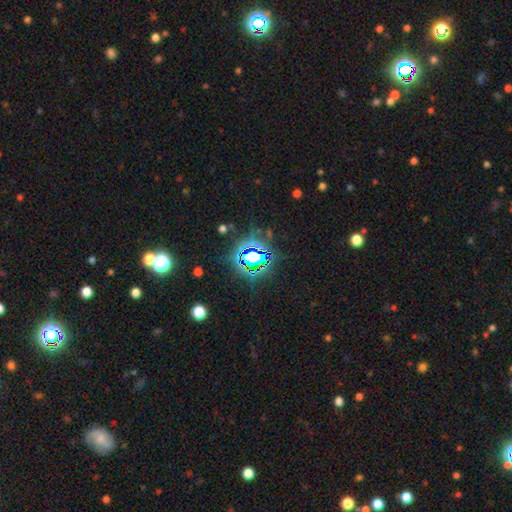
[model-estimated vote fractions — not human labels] This appears to be a star or artifact, not a galaxy (77%).